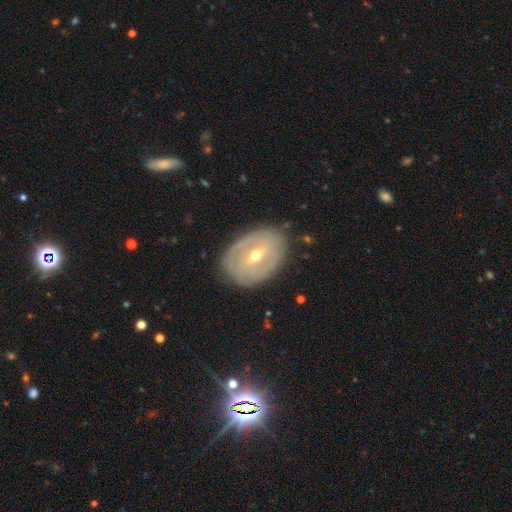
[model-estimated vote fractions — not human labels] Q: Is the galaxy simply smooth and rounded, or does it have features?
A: featured or disk — 72%.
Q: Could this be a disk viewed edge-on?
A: no — 93%.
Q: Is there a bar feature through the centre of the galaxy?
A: weak — 48%.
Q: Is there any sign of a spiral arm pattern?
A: yes — 57%.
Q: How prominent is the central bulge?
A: small — 50%.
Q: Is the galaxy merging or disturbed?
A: none — 80%.